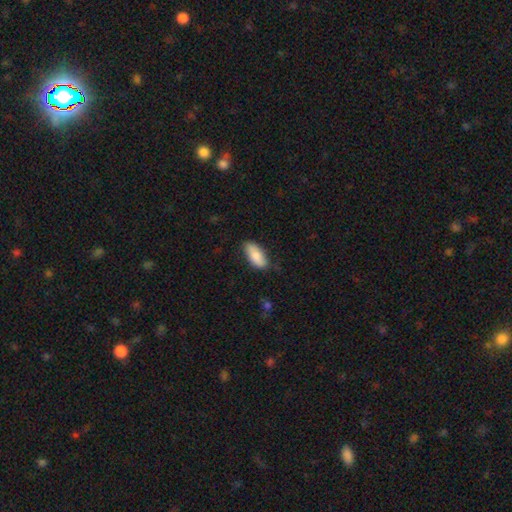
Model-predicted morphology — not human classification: This appears to be a smooth galaxy with no disk features (84%) that is in between round and cigar-shaped (87%). Merging: none (78%).